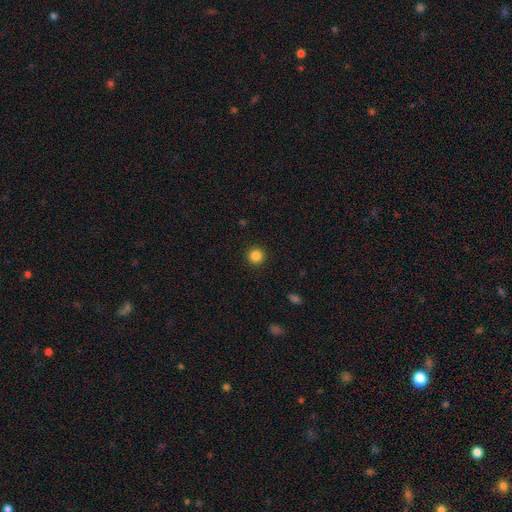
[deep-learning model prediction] Smooth or featured: smooth — 85% (star or artifact — 12%)
How rounded: round — 96% (in between — 3%)
Merging: none — 93% (minor disturbance — 5%)